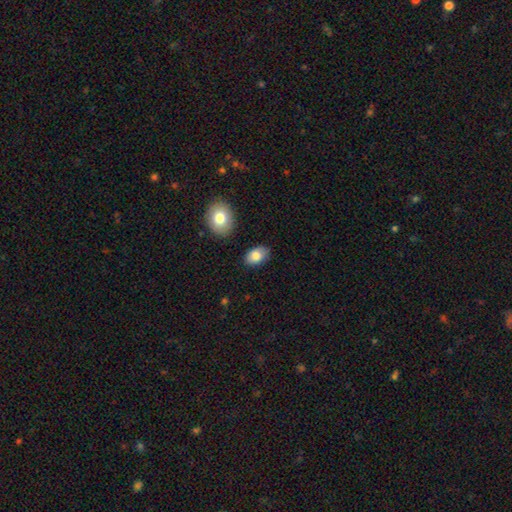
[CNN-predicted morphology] Q: Smooth or featured?
A: smooth (83%); runner-up: featured or disk (10%)
Q: How rounded?
A: in between (89%); runner-up: round (10%)
Q: Merging?
A: none (84%); runner-up: minor disturbance (11%)